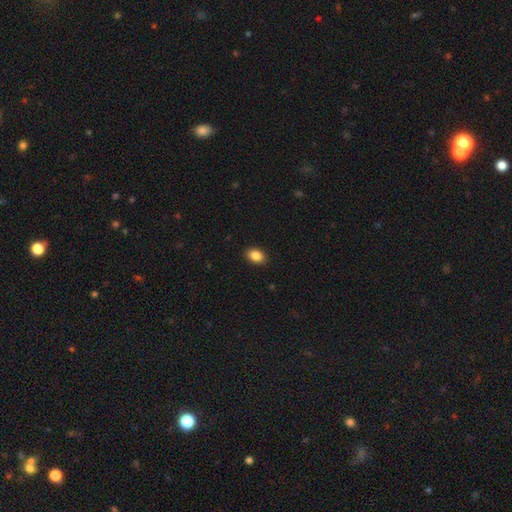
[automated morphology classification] Overall: smooth (87%). How rounded: in between (79%). Merging: none (90%).